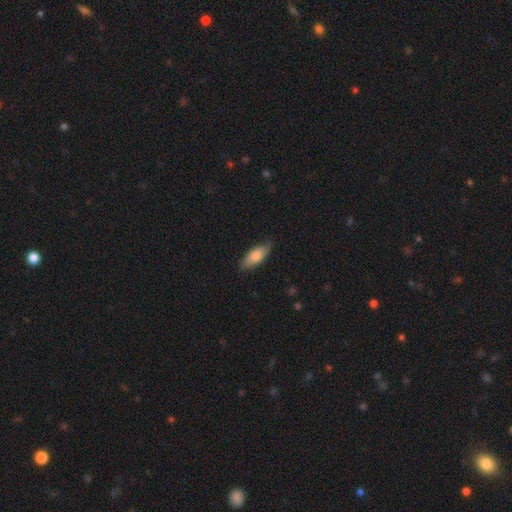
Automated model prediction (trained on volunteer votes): Q: Smooth or featured?
A: smooth (77%); runner-up: featured or disk (17%)
Q: How rounded?
A: in between (77%); runner-up: cigar-shaped (21%)
Q: Merging?
A: none (77%); runner-up: minor disturbance (19%)